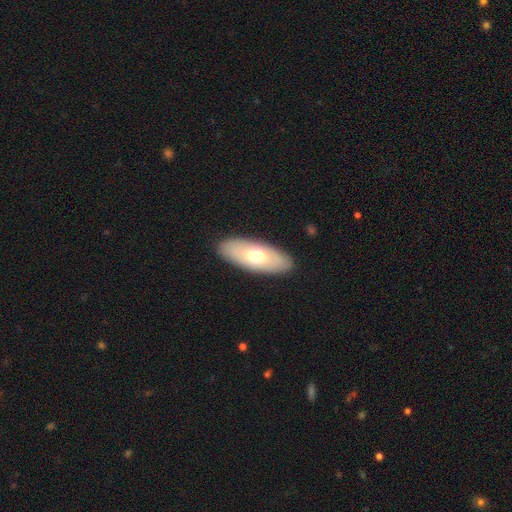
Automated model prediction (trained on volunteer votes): This is likely a smooth galaxy (62%). How rounded: clearly in between (83%). Merging: clearly none (88%).